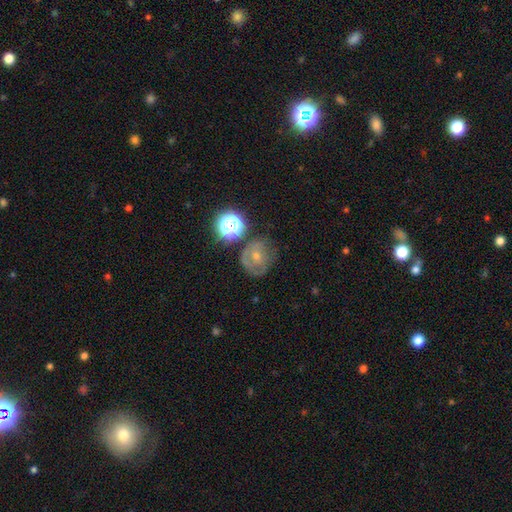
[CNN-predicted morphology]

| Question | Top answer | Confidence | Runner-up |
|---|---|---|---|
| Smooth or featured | smooth | 46% | featured or disk (39%) |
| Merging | none | 54% | minor disturbance (24%) |